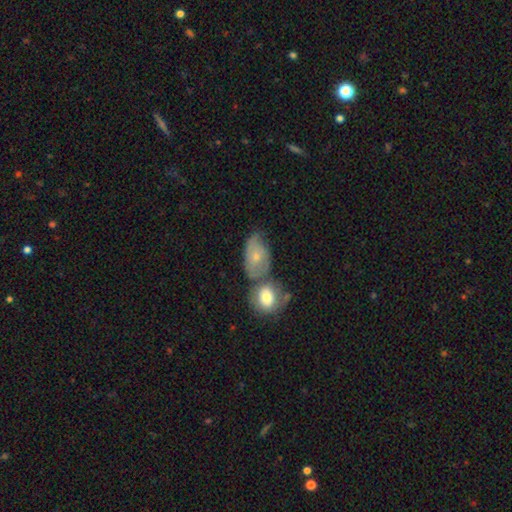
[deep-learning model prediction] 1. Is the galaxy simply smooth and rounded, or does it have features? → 50% featured or disk, 43% smooth, 8% star or artifact.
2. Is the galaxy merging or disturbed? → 38% merger, 33% none, 20% minor disturbance, 10% major disturbance.